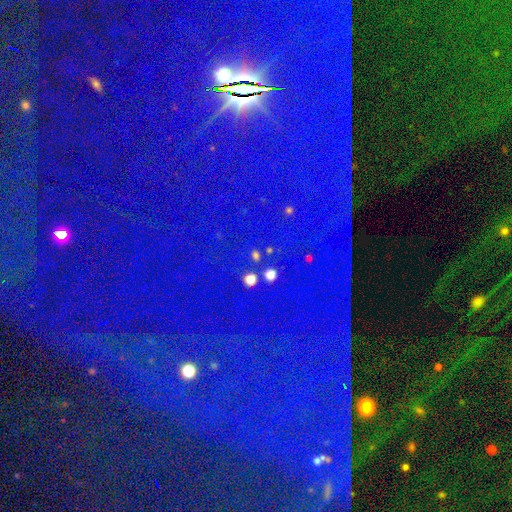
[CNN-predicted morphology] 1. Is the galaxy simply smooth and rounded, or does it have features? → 86% star or artifact, 7% smooth, 7% featured or disk.